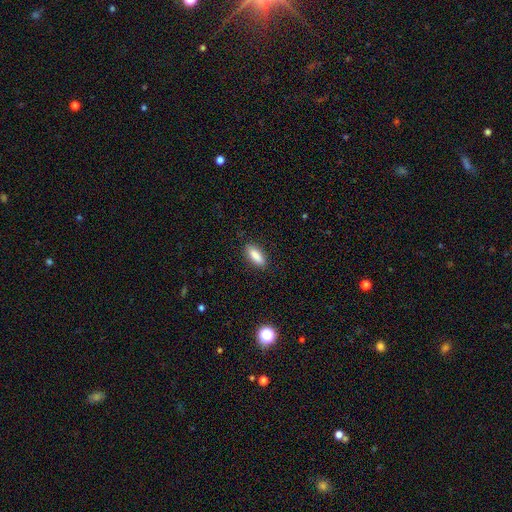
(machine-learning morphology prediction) smooth-or-featured: smooth: 86% | star or artifact: 7% | featured or disk: 7%
  how-rounded: in between: 66% | cigar-shaped: 32% | round: 2%
  merging: none: 88% | minor disturbance: 8% | major disturbance: 2% | merger: 1%